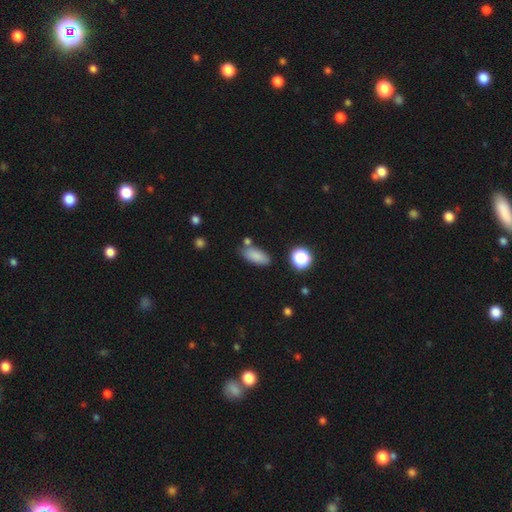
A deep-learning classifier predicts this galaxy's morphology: This is clearly a smooth galaxy (84%). How rounded: clearly in between (82%). Merging: likely none (72%).